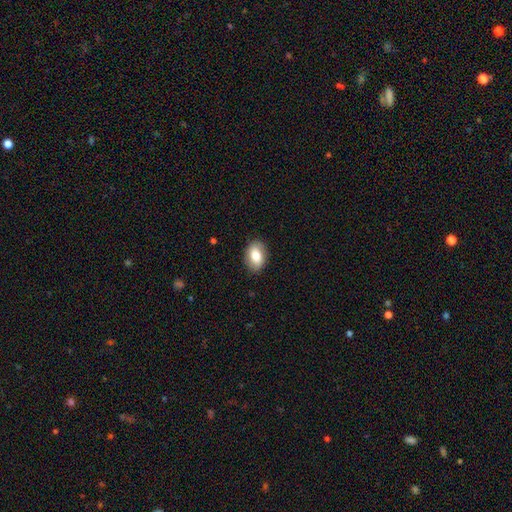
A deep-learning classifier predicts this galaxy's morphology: Smooth or featured?
  - smooth: 78% *
  - featured or disk: 15%
  - star or artifact: 7%
How rounded?
  - in between: 87% *
  - round: 12%
  - cigar-shaped: 1%
Merging?
  - none: 86% *
  - minor disturbance: 10%
  - major disturbance: 2%
  - merger: 1%